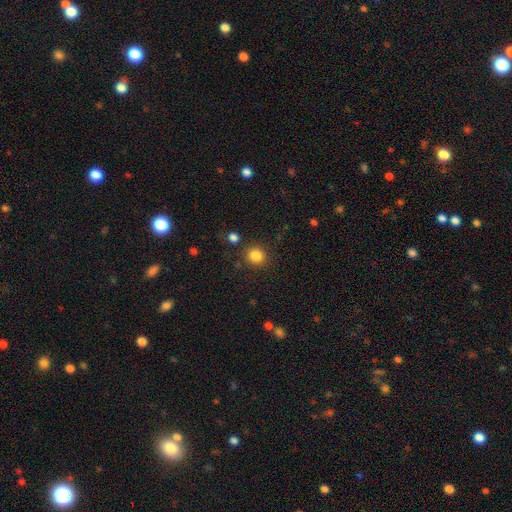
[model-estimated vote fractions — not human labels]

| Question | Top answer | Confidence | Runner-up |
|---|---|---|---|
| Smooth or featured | smooth | 84% | star or artifact (12%) |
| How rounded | round | 88% | in between (11%) |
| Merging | none | 85% | minor disturbance (8%) |